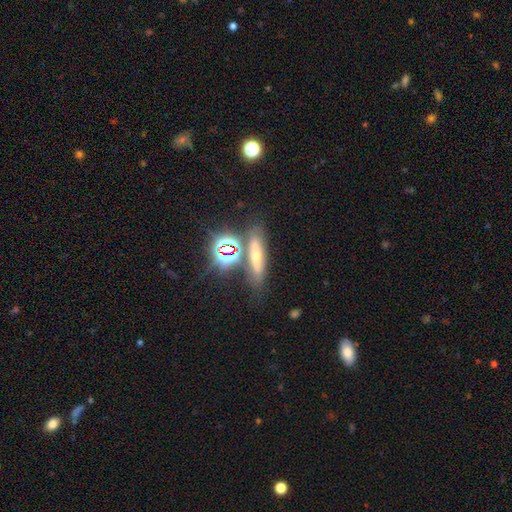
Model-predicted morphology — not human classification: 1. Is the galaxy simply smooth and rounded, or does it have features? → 46% smooth, 30% star or artifact, 25% featured or disk.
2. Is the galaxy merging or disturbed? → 72% none, 12% minor disturbance, 11% merger, 5% major disturbance.